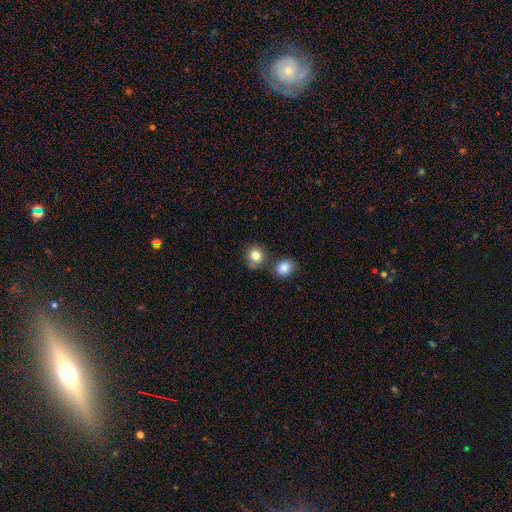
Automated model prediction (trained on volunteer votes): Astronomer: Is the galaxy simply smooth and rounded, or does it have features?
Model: smooth — 82%.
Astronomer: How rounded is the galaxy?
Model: round — 86%.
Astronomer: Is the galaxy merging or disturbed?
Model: none — 68%.